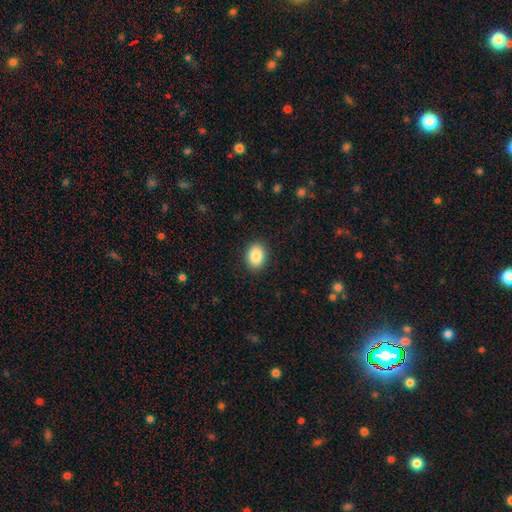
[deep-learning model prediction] smooth-or-featured: smooth: 87% | star or artifact: 8% | featured or disk: 5%
  how-rounded: in between: 67% | round: 32% | cigar-shaped: 1%
  merging: none: 90% | minor disturbance: 7% | major disturbance: 2% | merger: 1%